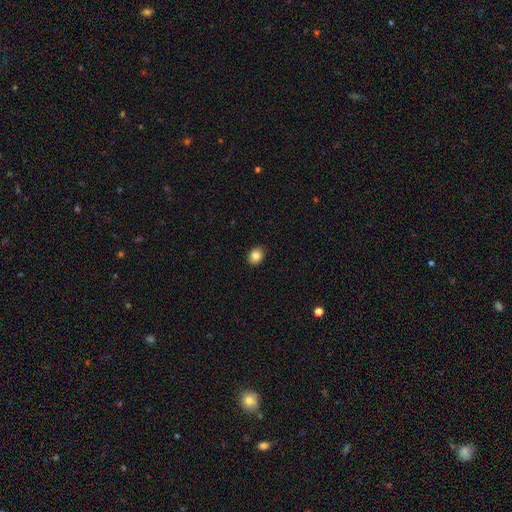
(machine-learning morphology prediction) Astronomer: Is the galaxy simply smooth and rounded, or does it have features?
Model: smooth — 85%.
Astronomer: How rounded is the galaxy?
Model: in between — 54% (runner-up: round, 45%).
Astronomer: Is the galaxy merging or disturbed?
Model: none — 90%.